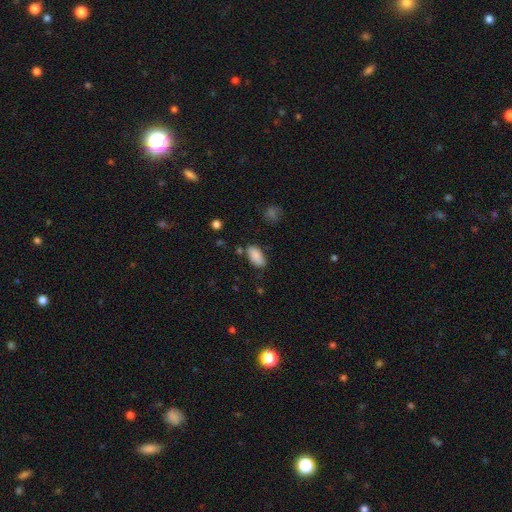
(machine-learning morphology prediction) A smooth galaxy with no disk features (87%) that is in between round and cigar-shaped (93%).

Vote fractions:
- Smooth or featured? smooth: 87% / star or artifact: 7% / featured or disk: 6%
- How rounded? in between: 93% / cigar-shaped: 4% / round: 3%
- Merging? none: 73% / minor disturbance: 18% / merger: 5% / major disturbance: 4%